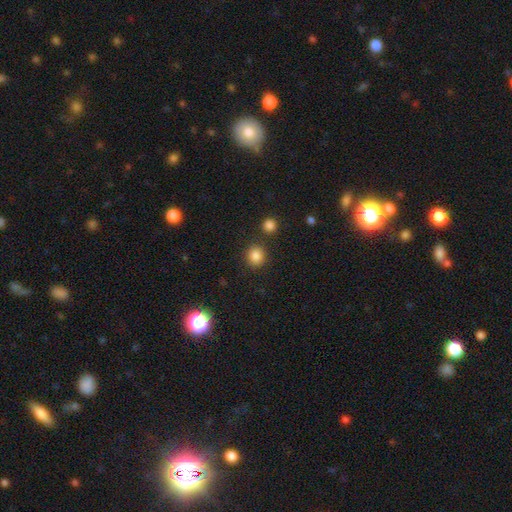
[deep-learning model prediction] A smooth galaxy with no disk features (85%) that is round (82%). Merging: none (83%).